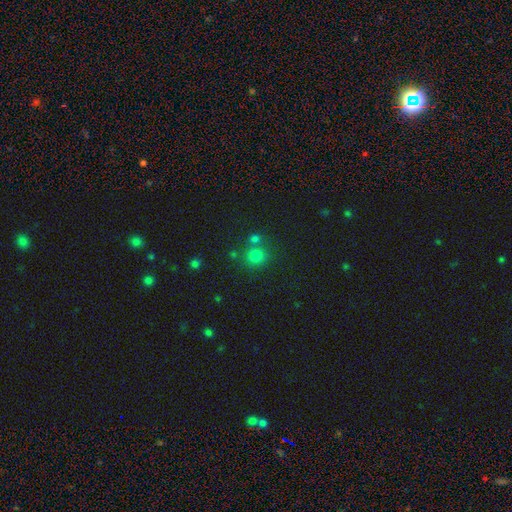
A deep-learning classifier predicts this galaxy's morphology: type=smooth (77%); roundness=round (87%); merging=none (65%).